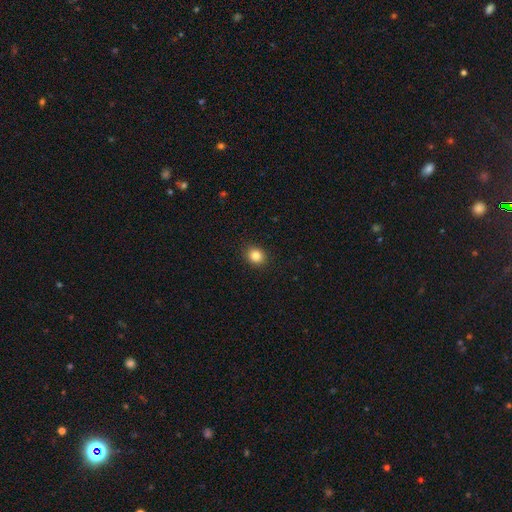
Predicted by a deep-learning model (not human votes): A smooth galaxy with no disk features (85%) that is round (73%). Merging: none (90%).